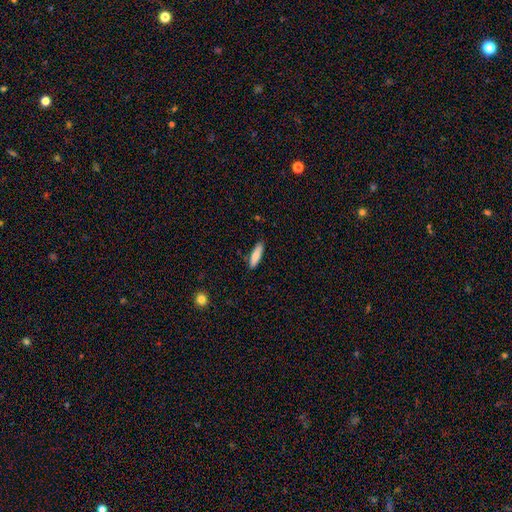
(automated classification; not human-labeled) A smooth galaxy with no disk features (78%) that is cigar-shaped (61%).

Vote fractions:
- Smooth or featured? smooth: 78% / featured or disk: 16% / star or artifact: 6%
- How rounded? cigar-shaped: 61% / in between: 37% / round: 2%
- Merging? none: 88% / minor disturbance: 9% / major disturbance: 2% / merger: 1%